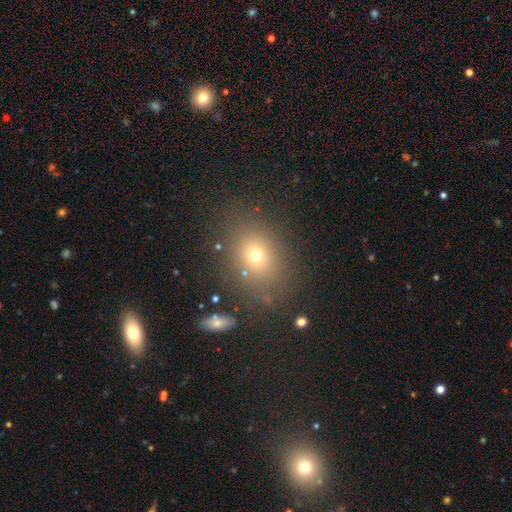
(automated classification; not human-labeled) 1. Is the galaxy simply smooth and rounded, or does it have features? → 67% smooth, 19% star or artifact, 14% featured or disk.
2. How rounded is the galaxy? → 51% in between, 48% round, 1% cigar-shaped.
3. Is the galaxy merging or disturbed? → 78% none, 12% minor disturbance, 6% major disturbance, 4% merger.